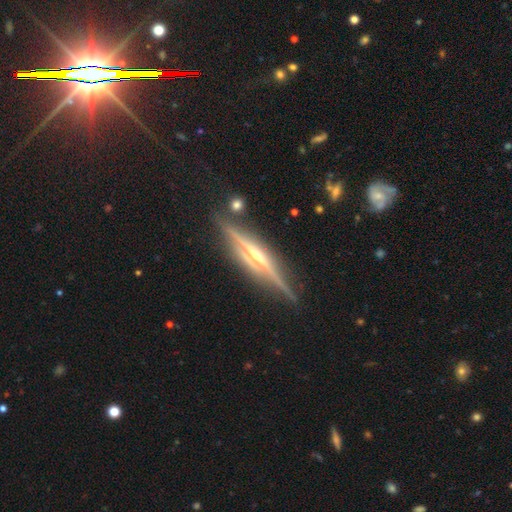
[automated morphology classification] Smooth or featured?
  - featured or disk: 86% *
  - smooth: 7%
  - star or artifact: 6%
Edge-on disk?
  - yes: 97% *
  - no: 3%
Edge-on bulge?
  - rounded: 72% *
  - none: 15%
  - boxy: 12%
Merging?
  - none: 86% *
  - minor disturbance: 10%
  - major disturbance: 2%
  - merger: 2%